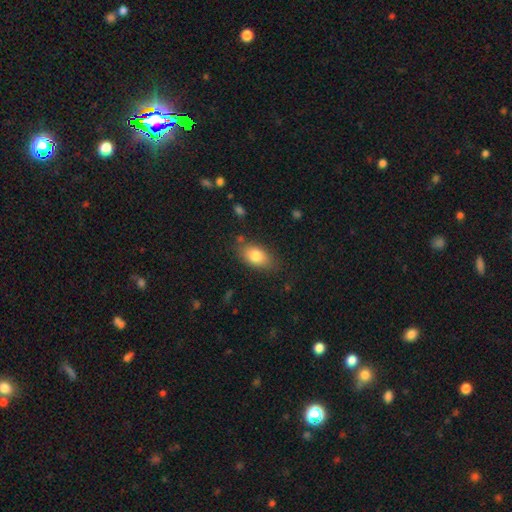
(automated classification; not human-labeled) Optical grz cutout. It shows a smooth galaxy with no disk features (81%) that is in between round and cigar-shaped (88%). Merging: none (78%).